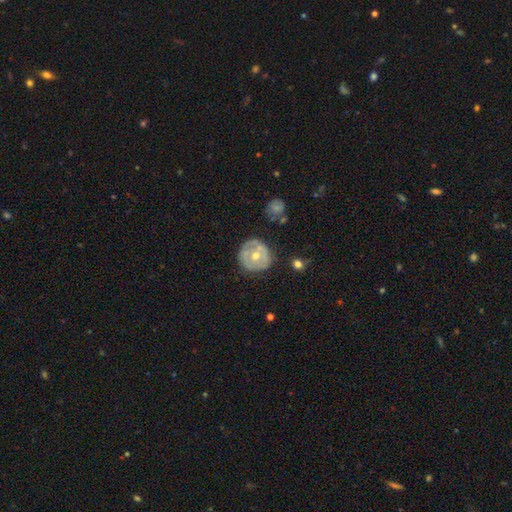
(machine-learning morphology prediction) This appears to be a featured or disk galaxy (58%) with no bar (79%), no spiral arms (66%) and a moderate central bulge (67%). Merging: none (75%).